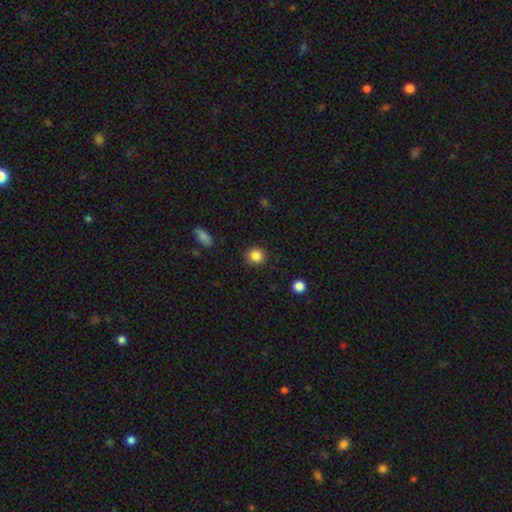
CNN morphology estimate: smooth_or_featured: smooth (p=0.85) [alt: star or artifact p=0.10]
how_rounded: round (p=0.91) [alt: in between p=0.08]
merging: none (p=0.91) [alt: minor disturbance p=0.06]